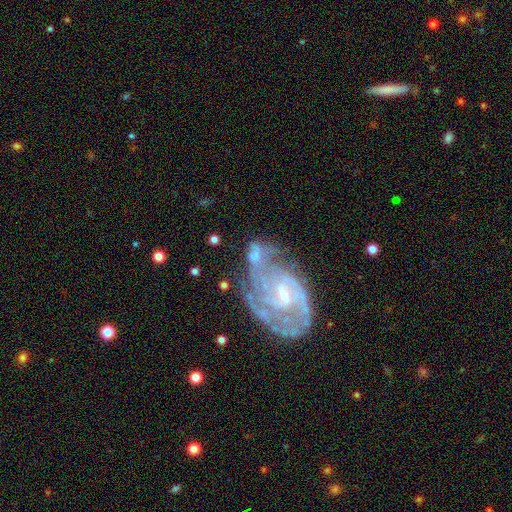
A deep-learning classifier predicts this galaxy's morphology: Smooth or featured? featured or disk (65%)
Edge-on disk? no (95%)
Bar? no (44%)
Spiral arms? yes (66%)
Bulge size? moderate (42%)
Merging? merger (33%)